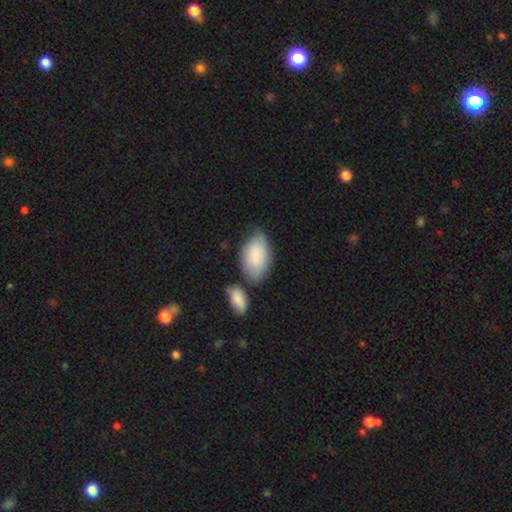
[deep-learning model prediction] This appears to be a smooth galaxy with no disk features (83%) that is in between round and cigar-shaped (94%). Merging: none (45%).